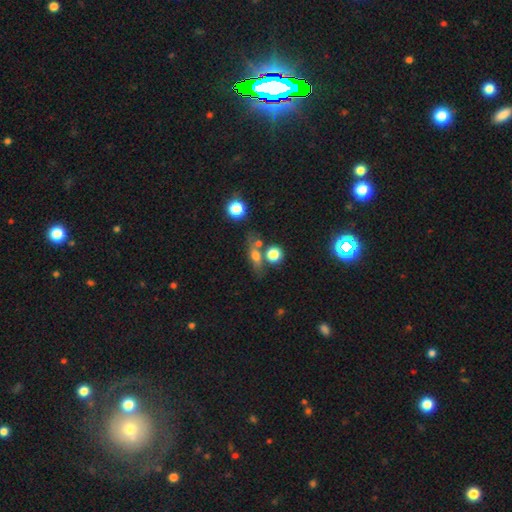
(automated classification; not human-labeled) This is possibly a smooth galaxy (58%). How rounded: marginally in between (40%). Merging: possibly none (59%).